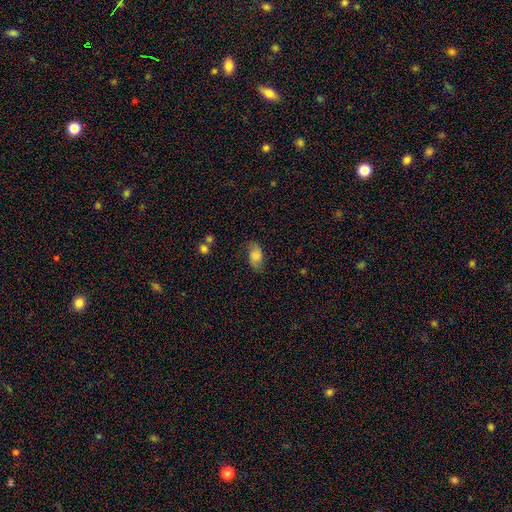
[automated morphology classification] Smooth or featured: smooth — 70% (featured or disk — 21%)
How rounded: in between — 90% (round — 8%)
Merging: none — 68% (minor disturbance — 22%)